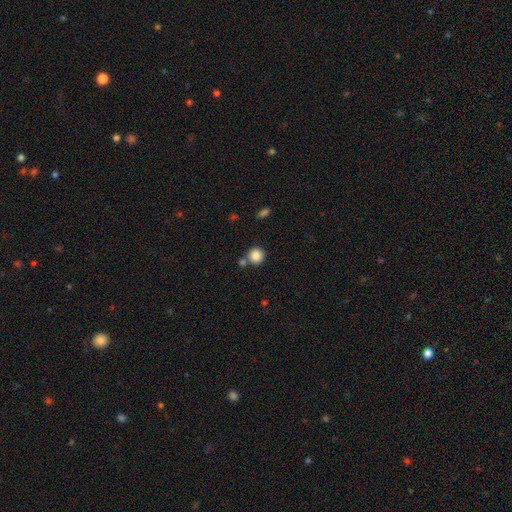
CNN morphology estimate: A smooth galaxy with no disk features (86%) that is round (93%).

Vote fractions:
- Smooth or featured? smooth: 86% / star or artifact: 9% / featured or disk: 5%
- How rounded? round: 93% / in between: 6% / cigar-shaped: 1%
- Merging? none: 73% / merger: 16% / minor disturbance: 8% / major disturbance: 3%